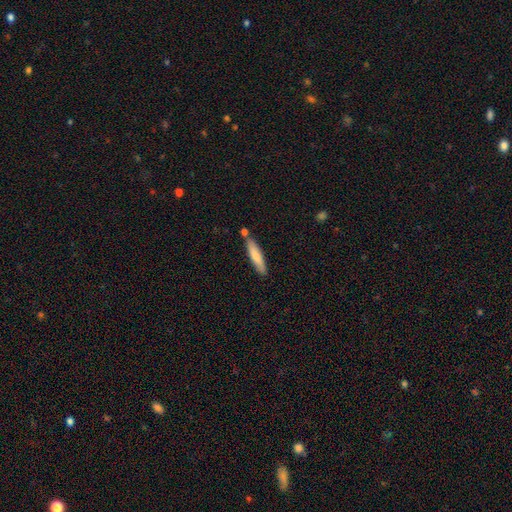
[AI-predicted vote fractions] Smooth or featured? Predicted: smooth (p=0.76). How rounded? Predicted: cigar-shaped (p=0.84). Merging? Predicted: none (p=0.77).